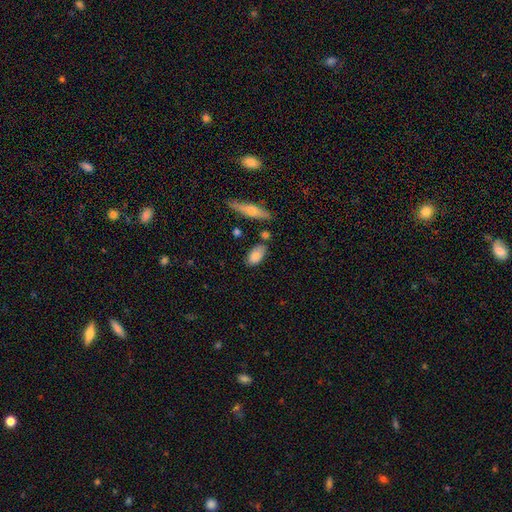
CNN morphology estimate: type=smooth (80%); roundness=in between (91%); merging=none (72%).